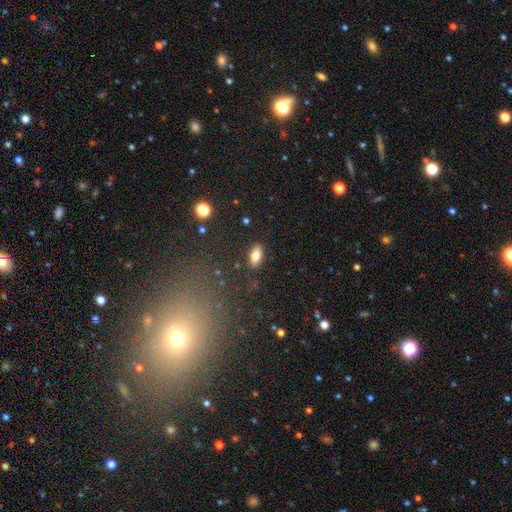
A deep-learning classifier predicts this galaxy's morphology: Q: Smooth or featured?
A: smooth (81%); runner-up: featured or disk (11%)
Q: How rounded?
A: in between (90%); runner-up: cigar-shaped (6%)
Q: Merging?
A: none (87%); runner-up: minor disturbance (9%)